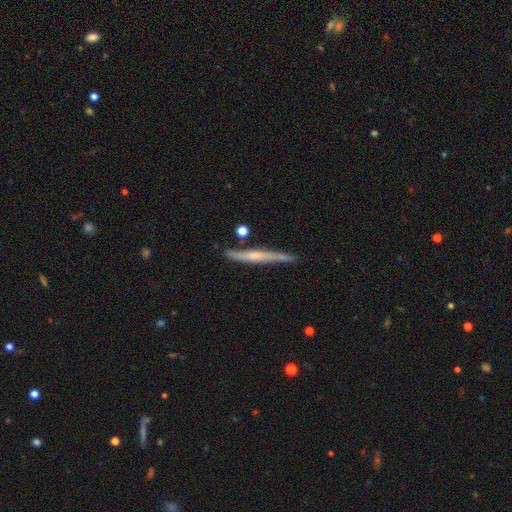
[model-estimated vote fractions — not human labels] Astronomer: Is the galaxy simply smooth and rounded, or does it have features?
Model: featured or disk — 59% (runner-up: smooth, 35%).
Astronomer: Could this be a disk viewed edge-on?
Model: yes — 95%.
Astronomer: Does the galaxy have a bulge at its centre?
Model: none — 51% (runner-up: rounded, 37%).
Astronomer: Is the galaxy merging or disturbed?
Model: none — 79%.